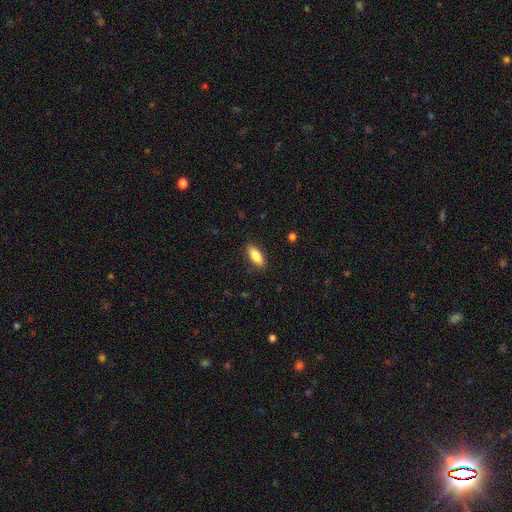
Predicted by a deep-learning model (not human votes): Q: Smooth or featured?
A: smooth (86%); runner-up: featured or disk (7%)
Q: How rounded?
A: in between (80%); runner-up: cigar-shaped (18%)
Q: Merging?
A: none (87%); runner-up: minor disturbance (9%)